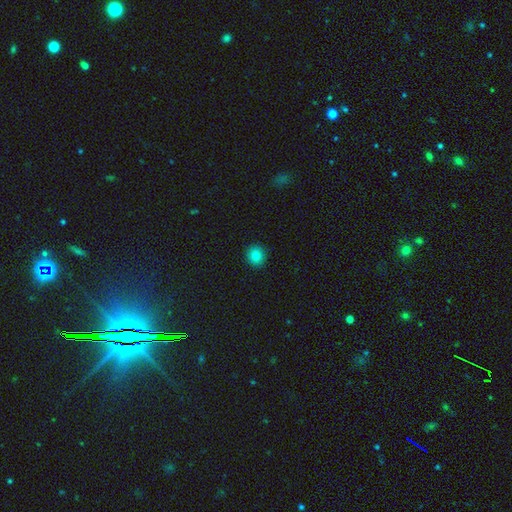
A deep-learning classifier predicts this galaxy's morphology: This appears to be a smooth galaxy with no disk features (82%) that is round (87%). Merging: none (92%).